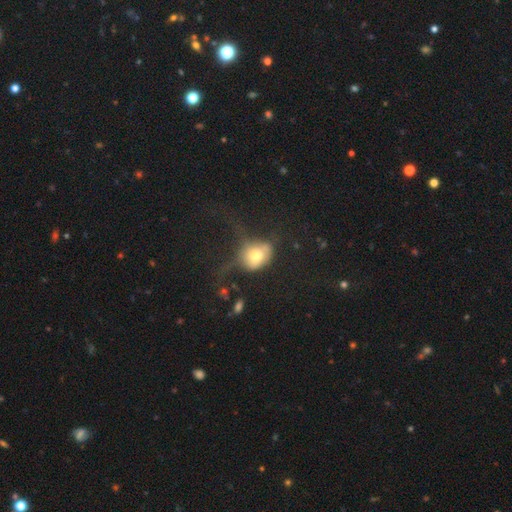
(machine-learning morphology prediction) This appears to be a smooth galaxy with no disk features (67%) that is round (59%). Merging: major disturbance (37%).